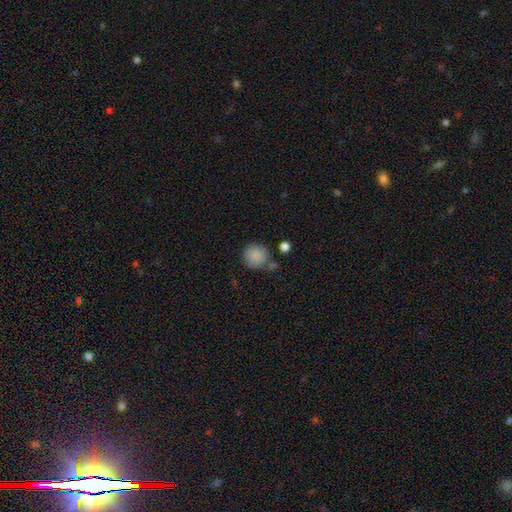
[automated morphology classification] smooth_or_featured: smooth (p=0.88) [alt: star or artifact p=0.07]
how_rounded: round (p=0.92) [alt: in between p=0.07]
merging: none (p=0.72) [alt: minor disturbance p=0.14]